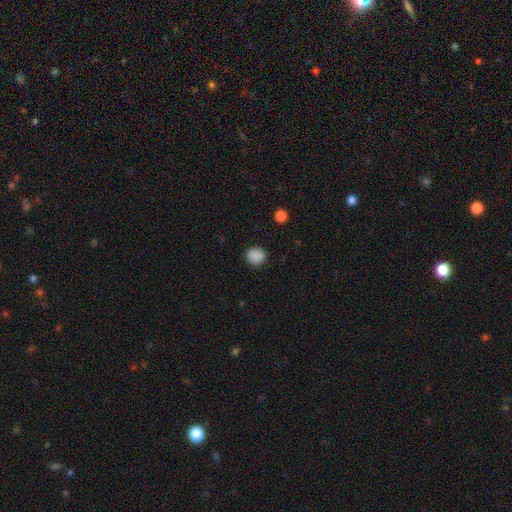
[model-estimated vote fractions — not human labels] This appears to be a smooth galaxy with no disk features (87%) that is round (79%). Merging: none (86%).